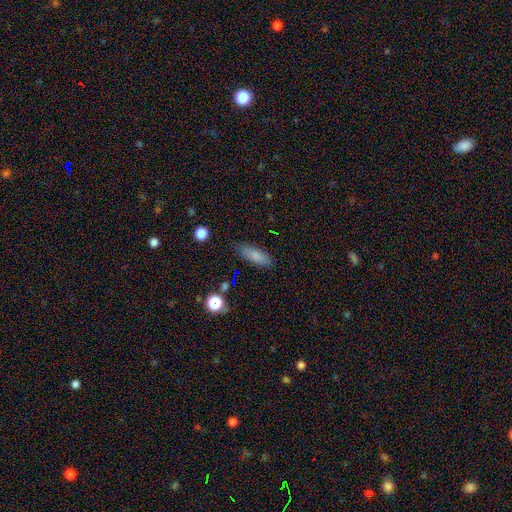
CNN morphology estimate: This appears to be a smooth galaxy with no disk features (81%) that is in between round and cigar-shaped (61%). Merging: none (84%).